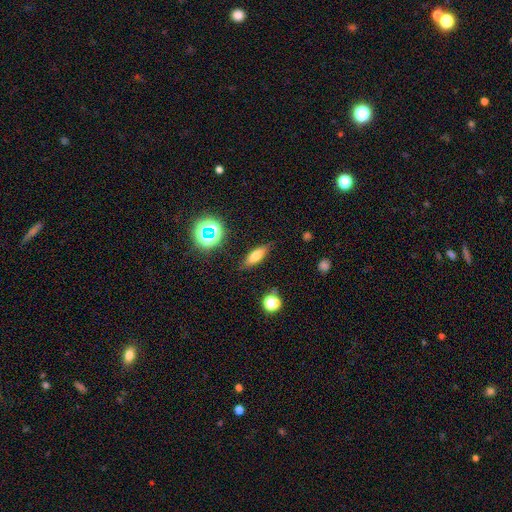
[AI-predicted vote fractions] Smooth or featured?
  - smooth: 69% *
  - featured or disk: 18%
  - star or artifact: 13%
How rounded?
  - in between: 56% *
  - cigar-shaped: 38%
  - round: 6%
Merging?
  - none: 83% *
  - minor disturbance: 12%
  - major disturbance: 3%
  - merger: 2%